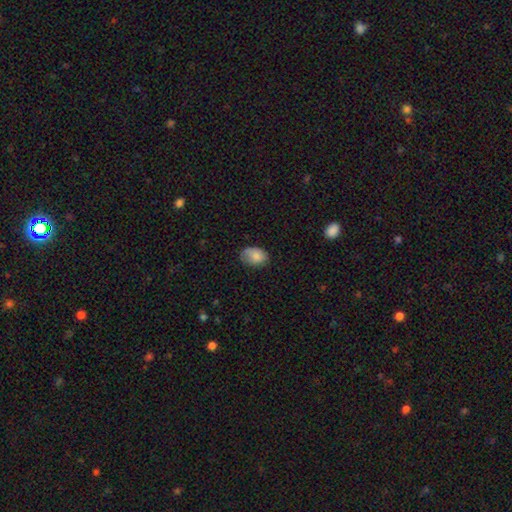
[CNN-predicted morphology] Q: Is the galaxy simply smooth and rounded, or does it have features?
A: smooth — 82%.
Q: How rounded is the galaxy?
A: in between — 81%.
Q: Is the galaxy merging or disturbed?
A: none — 63%.